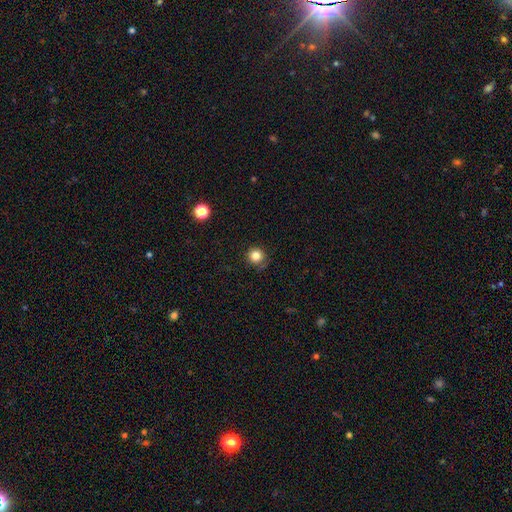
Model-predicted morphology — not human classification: Q: Smooth or featured?
A: smooth (82%); runner-up: star or artifact (13%)
Q: How rounded?
A: round (94%); runner-up: in between (5%)
Q: Merging?
A: none (85%); runner-up: minor disturbance (11%)